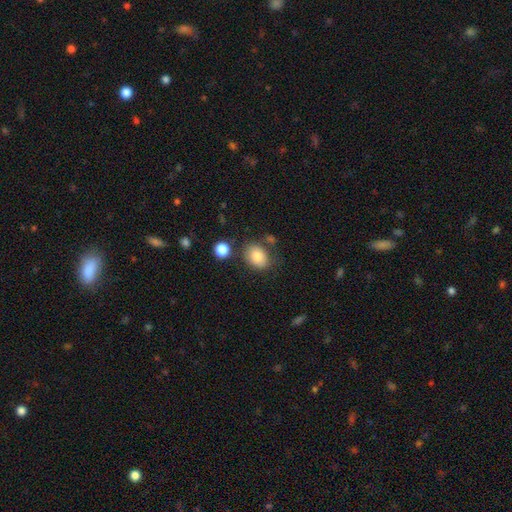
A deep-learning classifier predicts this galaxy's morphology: Q: Smooth or featured?
A: smooth (83%); runner-up: star or artifact (9%)
Q: How rounded?
A: in between (67%); runner-up: round (32%)
Q: Merging?
A: none (72%); runner-up: minor disturbance (16%)